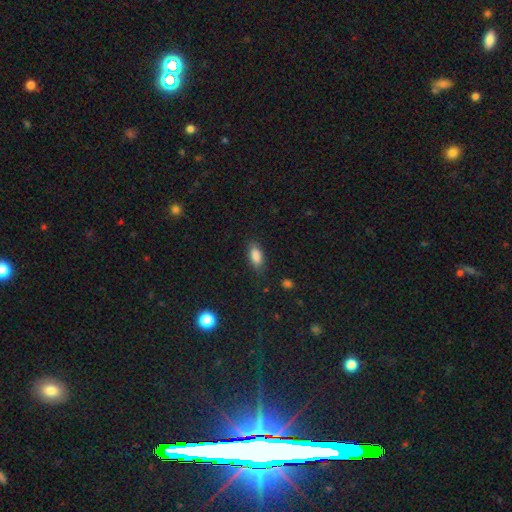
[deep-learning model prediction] Smooth or featured: smooth — 86% (star or artifact — 8%)
How rounded: in between — 85% (cigar-shaped — 11%)
Merging: none — 83% (minor disturbance — 13%)